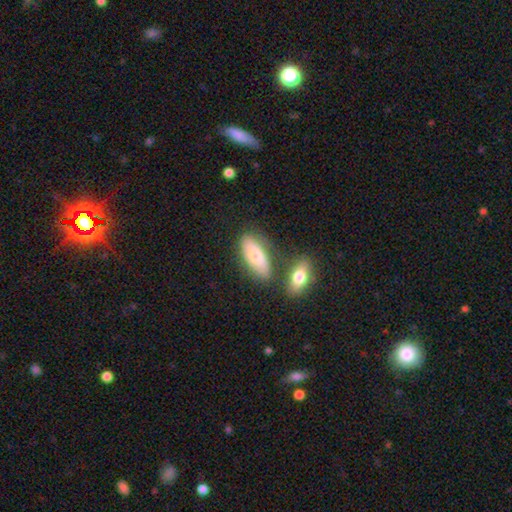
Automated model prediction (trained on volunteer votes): A smooth galaxy with no disk features (72%) that is in between round and cigar-shaped (82%).

Vote fractions:
- Smooth or featured? smooth: 72% / featured or disk: 22% / star or artifact: 7%
- How rounded? in between: 82% / cigar-shaped: 15% / round: 3%
- Merging? none: 61% / minor disturbance: 17% / merger: 16% / major disturbance: 5%